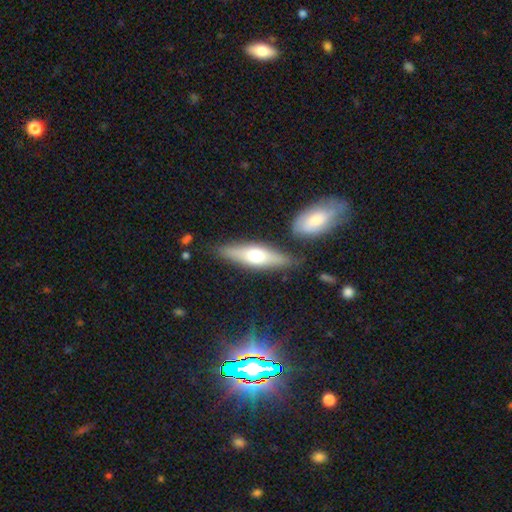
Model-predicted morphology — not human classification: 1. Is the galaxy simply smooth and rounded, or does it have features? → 51% smooth, 43% featured or disk, 6% star or artifact.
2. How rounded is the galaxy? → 62% cigar-shaped, 36% in between, 2% round.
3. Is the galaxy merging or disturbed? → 79% none, 12% minor disturbance, 6% merger, 3% major disturbance.